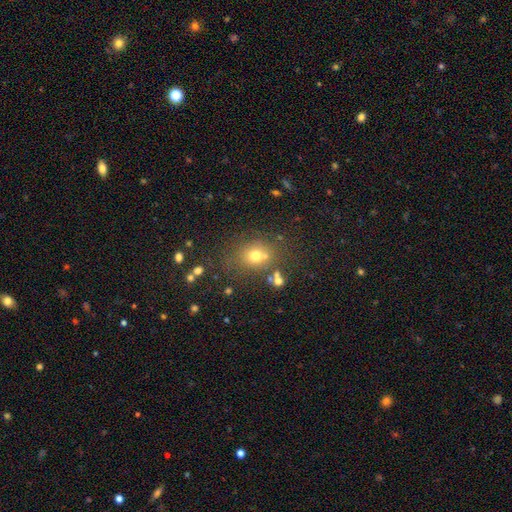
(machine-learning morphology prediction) A smooth galaxy with no disk features (69%) that is round (63%).

Vote fractions:
- Smooth or featured? smooth: 69% / star or artifact: 19% / featured or disk: 12%
- How rounded? round: 63% / in between: 36% / cigar-shaped: 1%
- Merging? none: 67% / minor disturbance: 13% / merger: 13% / major disturbance: 6%